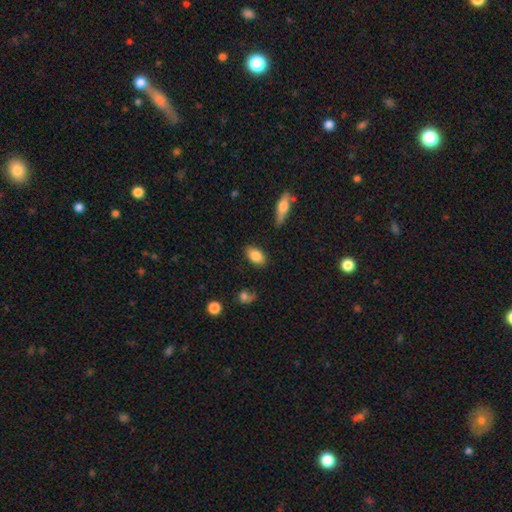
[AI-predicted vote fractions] This is clearly a smooth galaxy (84%). How rounded: clearly in between (89%). Merging: clearly none (84%).